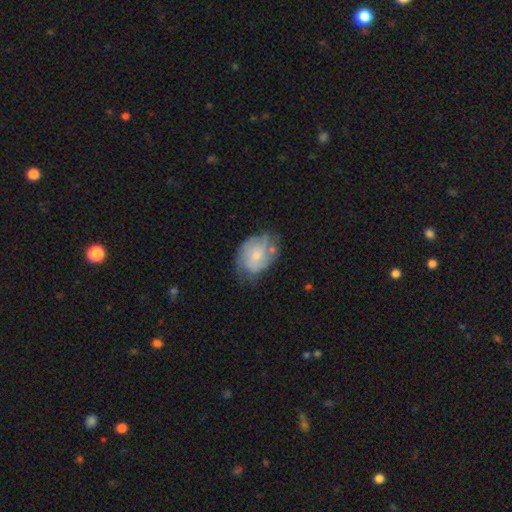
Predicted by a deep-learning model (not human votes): Smooth or featured? smooth (48%)
Merging? none (51%)